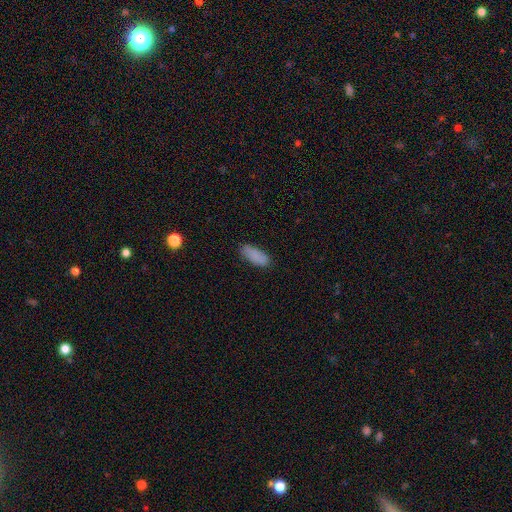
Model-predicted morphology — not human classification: Smooth or featured: smooth — 87% (star or artifact — 7%)
How rounded: in between — 77% (cigar-shaped — 21%)
Merging: none — 84% (minor disturbance — 12%)